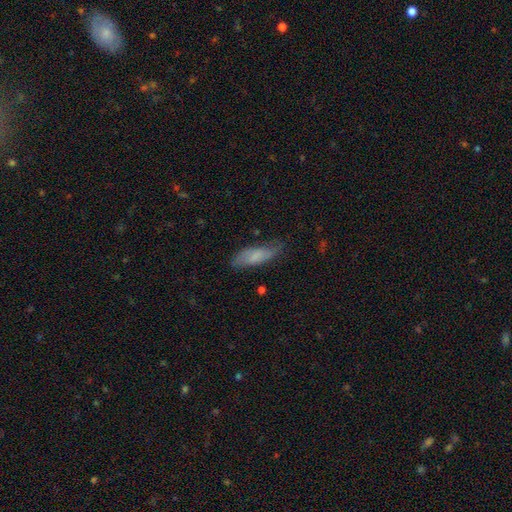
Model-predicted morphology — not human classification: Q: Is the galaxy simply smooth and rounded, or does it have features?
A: smooth — 69%.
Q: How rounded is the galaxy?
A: in between — 53%.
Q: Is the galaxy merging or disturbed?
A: none — 70%.